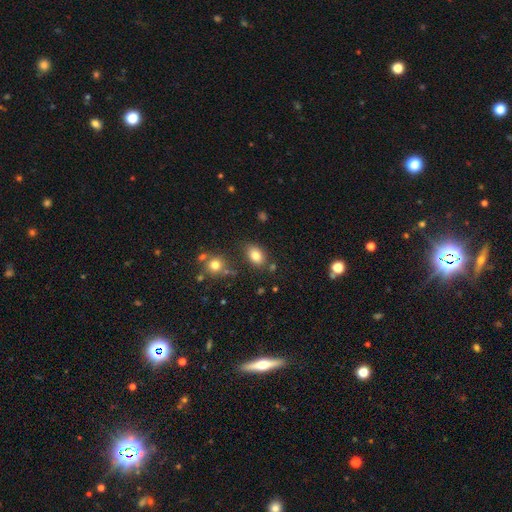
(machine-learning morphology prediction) Smooth or featured? Predicted: smooth (p=0.81). How rounded? Predicted: in between (p=0.80). Merging? Predicted: none (p=0.76).